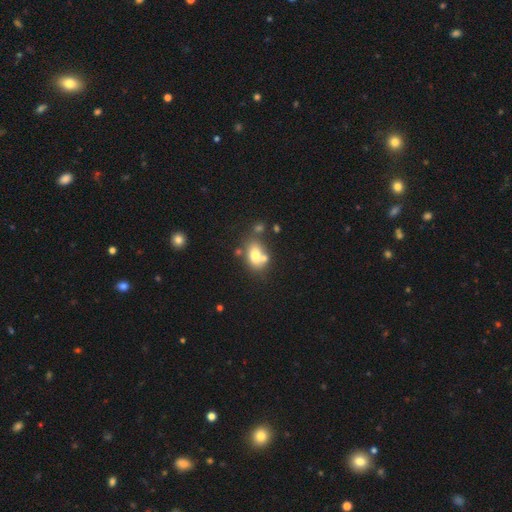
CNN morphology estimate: Smooth or featured: smooth — 72% (featured or disk — 18%)
How rounded: in between — 74% (round — 25%)
Merging: none — 48% (merger — 32%)